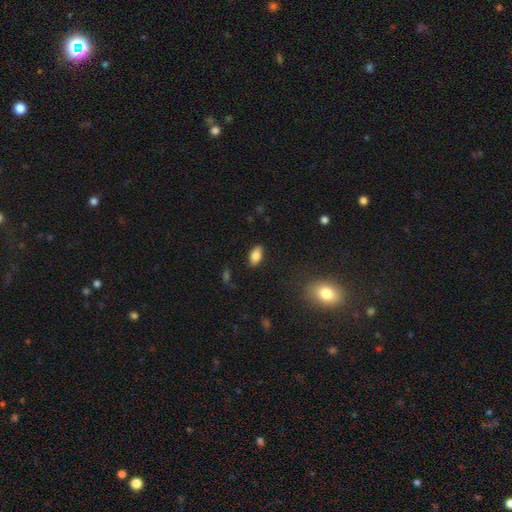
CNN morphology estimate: This is clearly a smooth galaxy (84%). How rounded: clearly in between (90%). Merging: clearly none (86%).